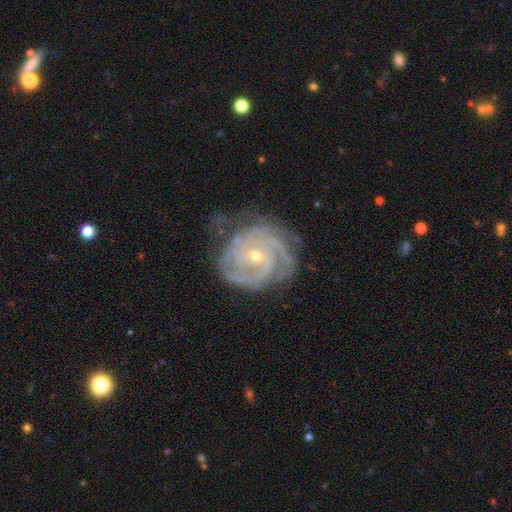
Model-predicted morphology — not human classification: The model was most divided on "spiral arm count": 3: 32%, can't tell: 22%, 2: 21%, 4: 14%, more than 4: 6%, 1: 6%. More confident: edge-on disk — no (97%); spiral arms — yes (97%); smooth or featured — featured or disk (88%); bulge size — small (70%); bar — no (69%); spiral winding — tight (69%); merging — none (61%).